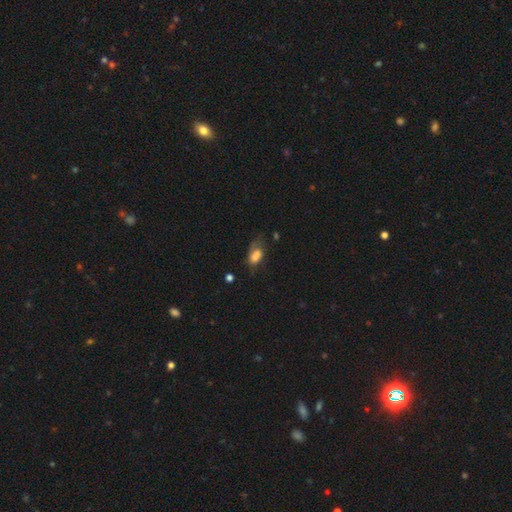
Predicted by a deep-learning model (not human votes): Smooth or featured? smooth (71%)
How rounded? in between (87%)
Merging? none (35%)